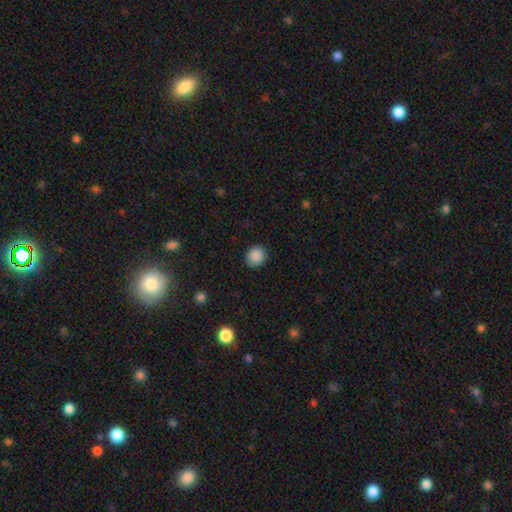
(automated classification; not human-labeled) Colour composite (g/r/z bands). It shows a smooth galaxy with no disk features (88%) that is round (81%). Merging: none (89%).